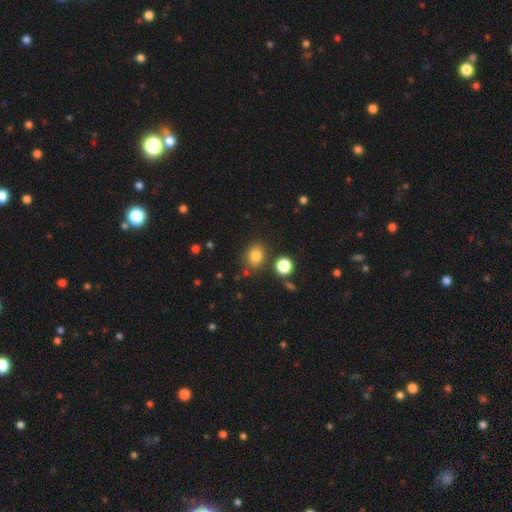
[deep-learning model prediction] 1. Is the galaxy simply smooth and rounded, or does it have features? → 81% smooth, 12% star or artifact, 6% featured or disk.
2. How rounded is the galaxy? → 51% round, 48% in between, 1% cigar-shaped.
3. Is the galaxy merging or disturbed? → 78% none, 11% minor disturbance, 7% merger, 4% major disturbance.